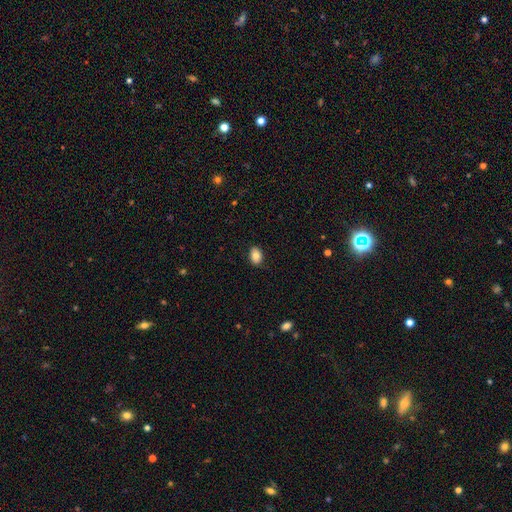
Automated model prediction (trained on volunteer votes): Smooth or featured? smooth (83%)
How rounded? in between (79%)
Merging? none (87%)